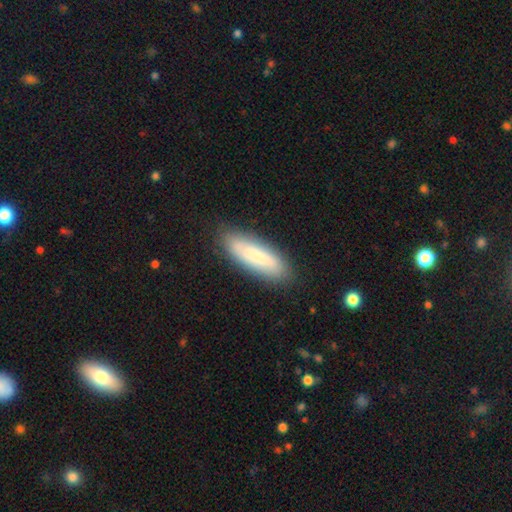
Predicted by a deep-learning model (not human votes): The model was most divided on "how rounded": cigar-shaped: 53%, in between: 45%, round: 2%. More confident: merging — none (81%); smooth or featured — smooth (70%).